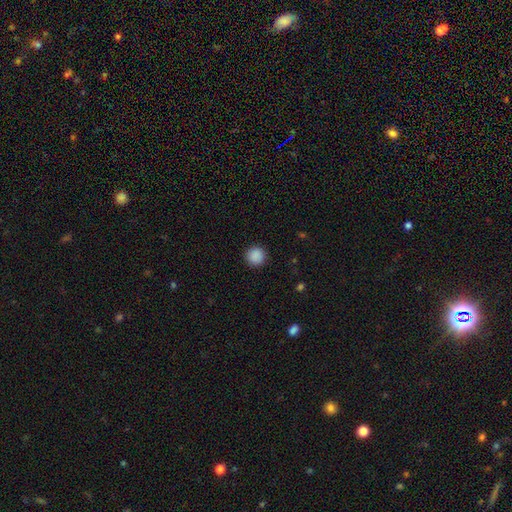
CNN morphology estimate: type=smooth (89%); roundness=round (95%); merging=none (92%).